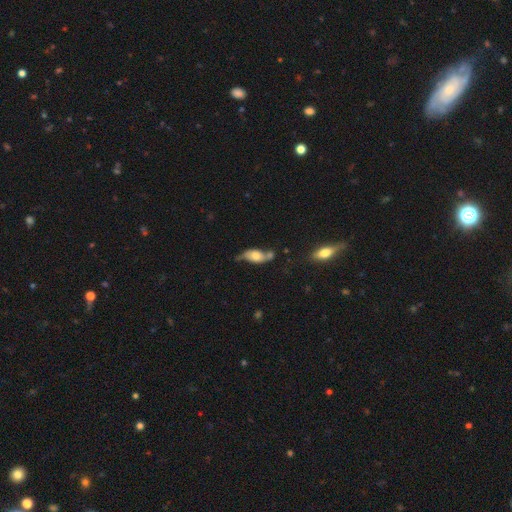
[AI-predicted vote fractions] smooth 49%, featured or disk 43%, star or artifact 8%. Down the decision tree: merging — none (40%).